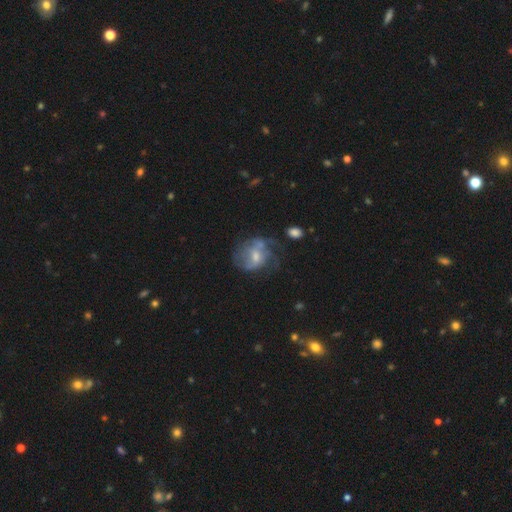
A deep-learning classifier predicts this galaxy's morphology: This appears to be a featured or disk galaxy (63%) with no bar (47%), spiral arms (68%) and a moderate central bulge (44%). Merging: none (41%).